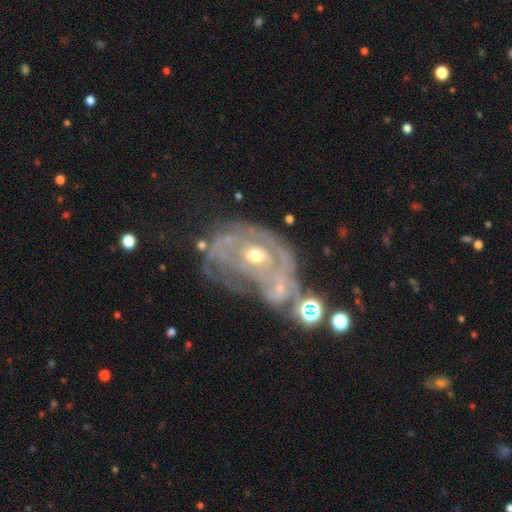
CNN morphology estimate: smooth-or-featured: featured or disk: 76% | smooth: 13% | star or artifact: 11%
  disk-edge-on: no: 96% | yes: 4%
    bar: no: 73% | weak: 20% | strong: 7%
    has-spiral-arms: yes: 63% | no: 37%
    bulge-size: moderate: 51% | small: 43% | large: 3% | none: 2% | dominant: 1%
  merging: merger: 34% | none: 25% | major disturbance: 23% | minor disturbance: 18%